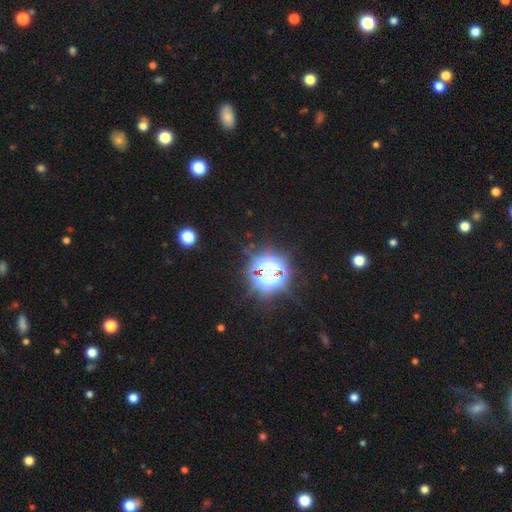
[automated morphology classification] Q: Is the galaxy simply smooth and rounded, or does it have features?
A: star or artifact — 80%.